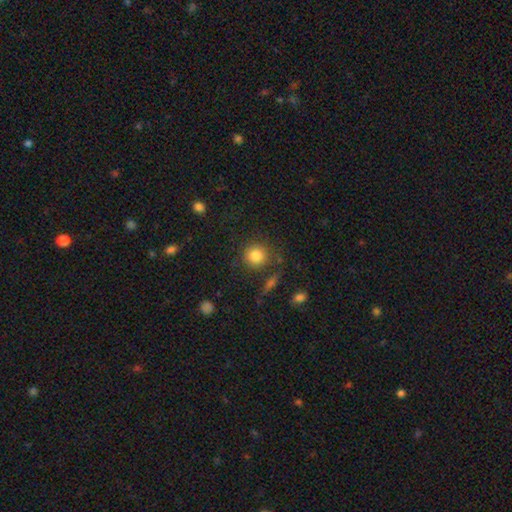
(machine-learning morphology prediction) The model was most divided on "merging": none: 80%, minor disturbance: 11%, major disturbance: 4%, merger: 4%. More confident: how rounded — round (91%); smooth or featured — smooth (83%).